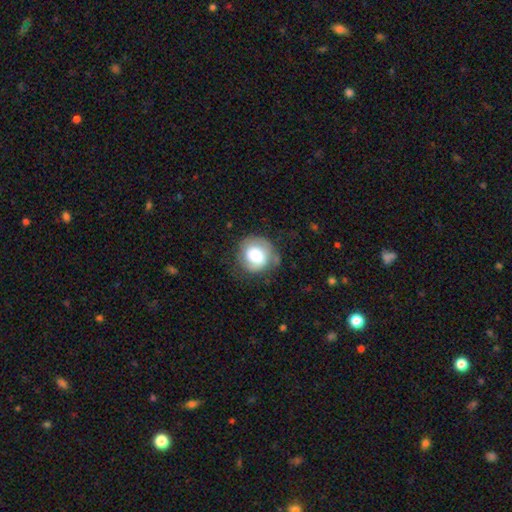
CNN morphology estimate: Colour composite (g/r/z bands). It shows a smooth galaxy with no disk features (59%) that is round (87%). Merging: none (66%).